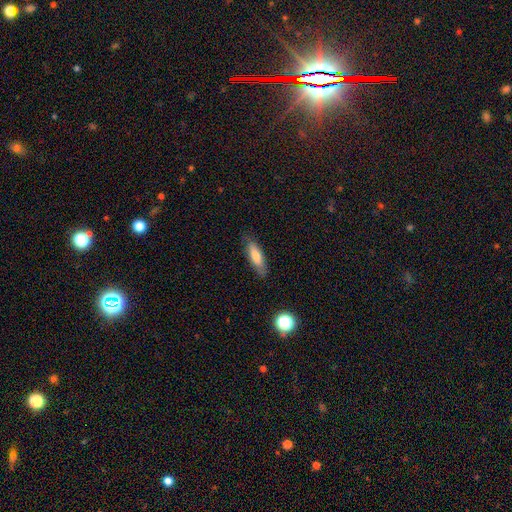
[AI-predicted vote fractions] smooth_or_featured: smooth (p=0.75) [alt: featured or disk p=0.18]
how_rounded: cigar-shaped (p=0.56) [alt: in between p=0.42]
merging: none (p=0.81) [alt: minor disturbance p=0.14]